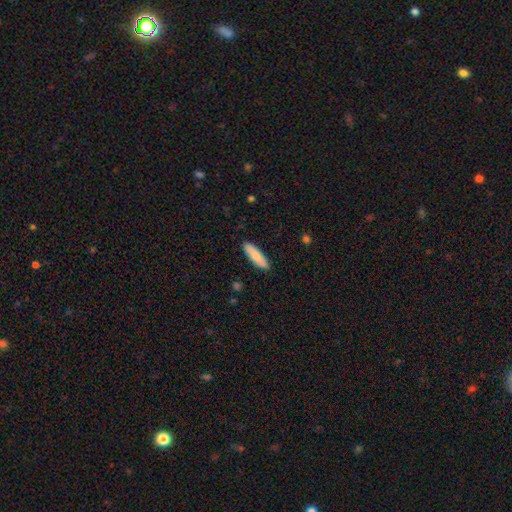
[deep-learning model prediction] smooth_or_featured: smooth (p=0.80) [alt: featured or disk p=0.15]
how_rounded: cigar-shaped (p=0.66) [alt: in between p=0.32]
merging: none (p=0.90) [alt: minor disturbance p=0.07]